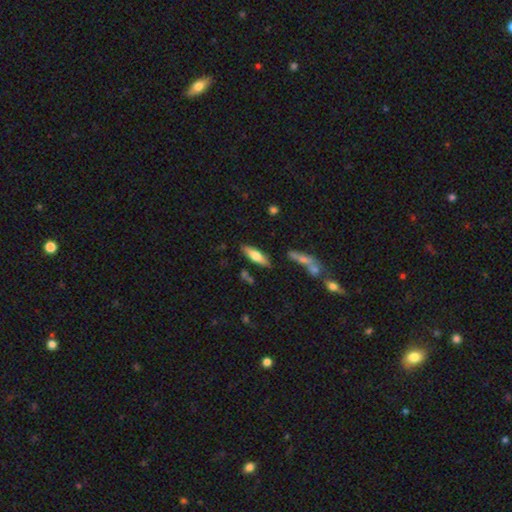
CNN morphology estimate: smooth 64%, featured or disk 30%, star or artifact 6%. Down the decision tree: how rounded — cigar-shaped (50%); merging — none (80%).